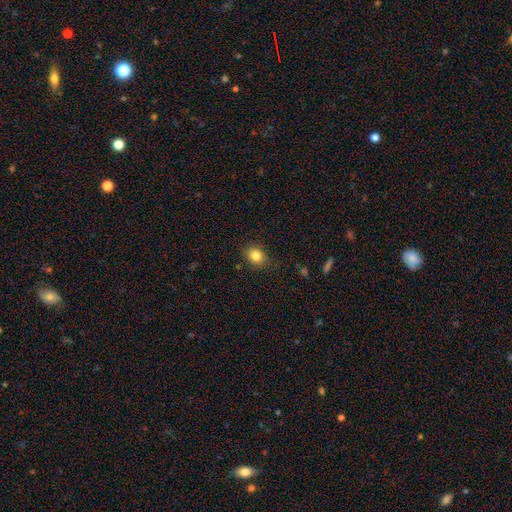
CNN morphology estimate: This appears to be a smooth galaxy with no disk features (83%) that is round (59%). Merging: none (82%).